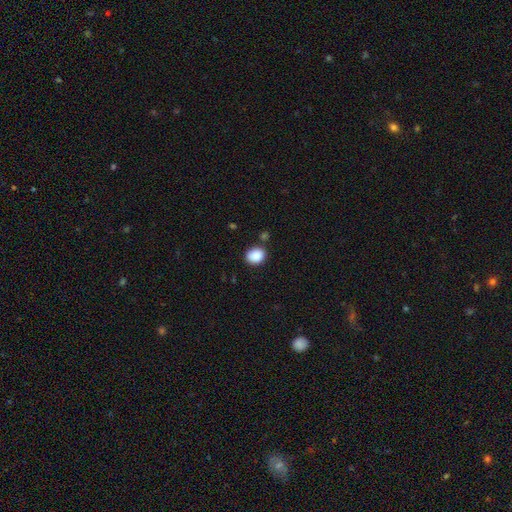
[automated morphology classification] A smooth galaxy with no disk features (89%) that is round (51%). Merging: none (79%).